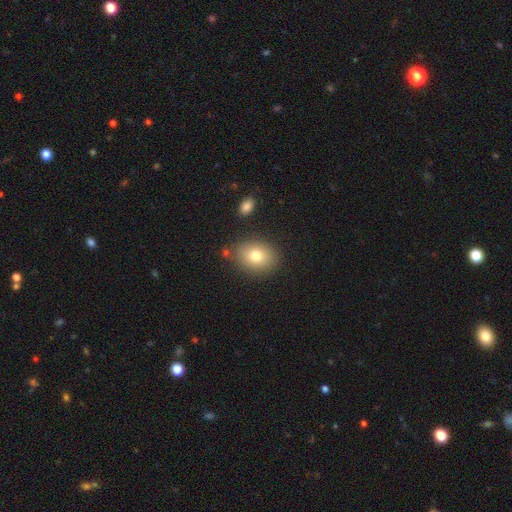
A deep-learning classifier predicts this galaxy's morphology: This appears to be a smooth galaxy with no disk features (78%) that is in between round and cigar-shaped (58%). Merging: none (80%).